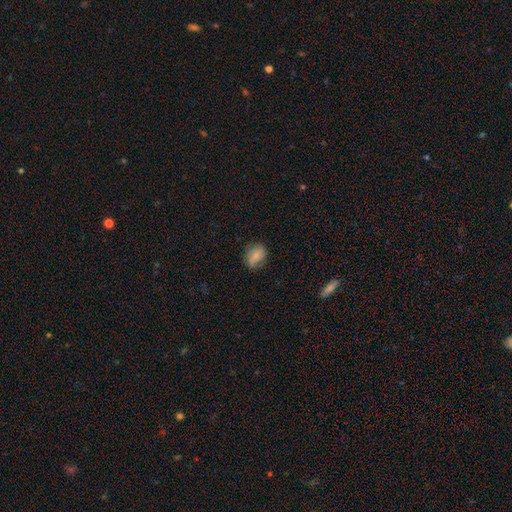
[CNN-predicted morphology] A smooth galaxy with no disk features (69%) that is in between round and cigar-shaped (51%).

Vote fractions:
- Smooth or featured? smooth: 69% / featured or disk: 22% / star or artifact: 9%
- How rounded? in between: 51% / round: 47% / cigar-shaped: 1%
- Merging? none: 69% / minor disturbance: 23% / major disturbance: 6% / merger: 1%